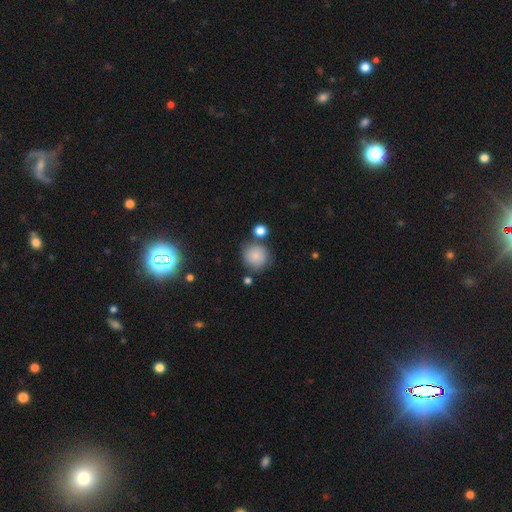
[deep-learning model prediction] This appears to be a smooth galaxy with no disk features (84%) that is round (90%). Merging: none (70%).